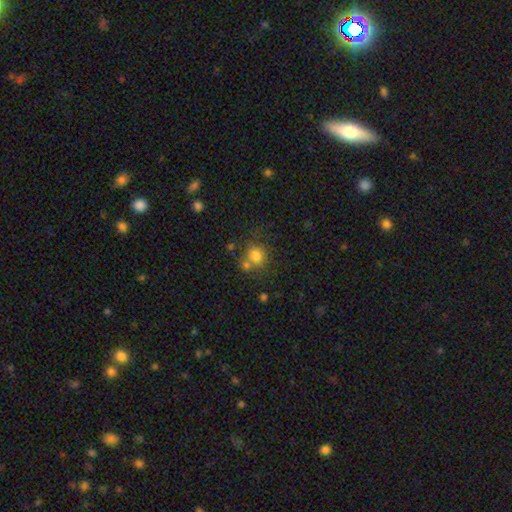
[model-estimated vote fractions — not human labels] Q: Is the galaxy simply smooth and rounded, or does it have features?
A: smooth — 79%.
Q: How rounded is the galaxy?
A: round — 85%.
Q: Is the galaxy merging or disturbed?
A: none — 61%.